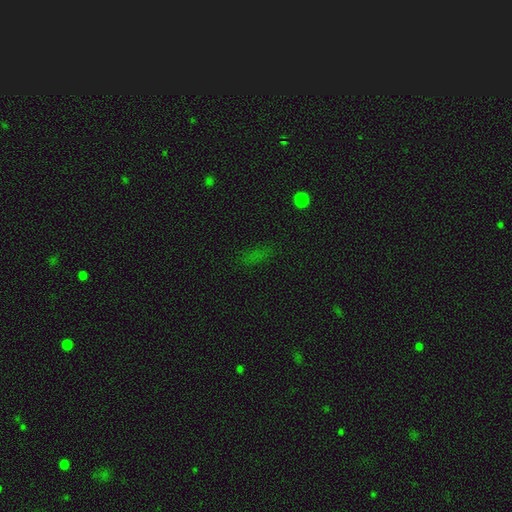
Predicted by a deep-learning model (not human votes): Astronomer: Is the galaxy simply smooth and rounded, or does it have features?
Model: star or artifact — 47% (runner-up: smooth, 41%).